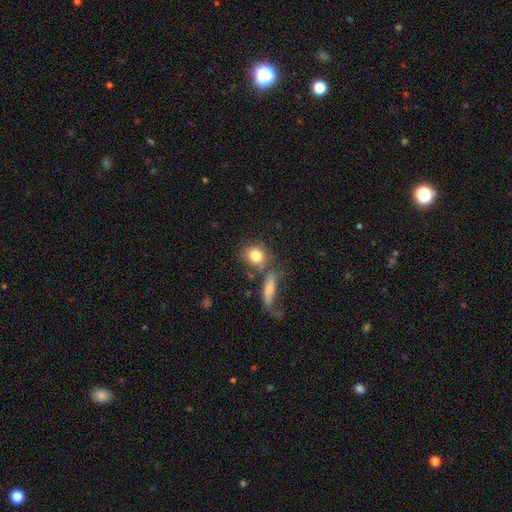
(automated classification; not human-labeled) A smooth galaxy with no disk features (81%) that is round (66%).

Vote fractions:
- Smooth or featured? smooth: 81% / featured or disk: 11% / star or artifact: 8%
- How rounded? round: 66% / in between: 30% / cigar-shaped: 4%
- Merging? none: 58% / merger: 23% / minor disturbance: 12% / major disturbance: 7%